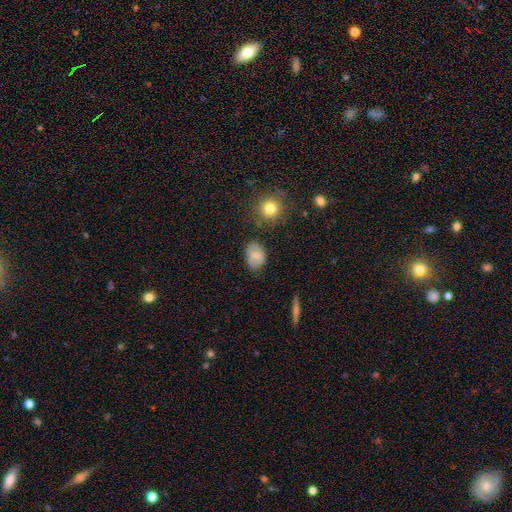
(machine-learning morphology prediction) A smooth galaxy with no disk features (73%) that is in between round and cigar-shaped (61%). Merging: none (68%).